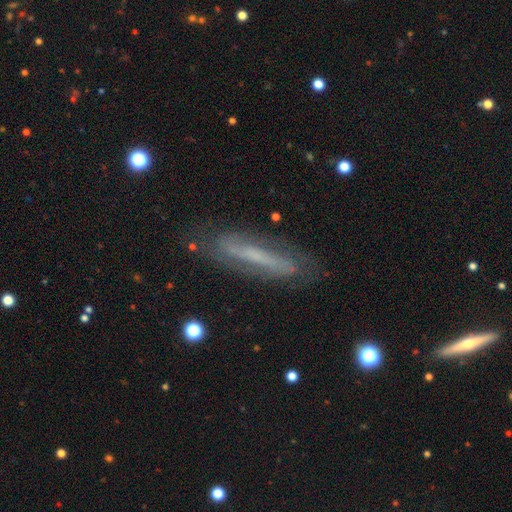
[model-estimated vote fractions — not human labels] Smooth or featured? featured or disk (61%)
Edge-on disk? yes (56%)
Merging? none (77%)